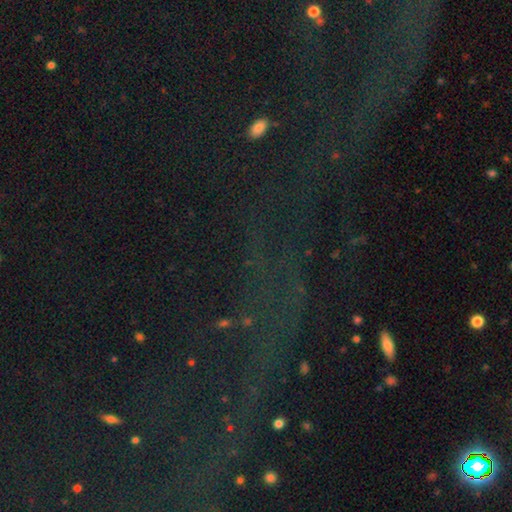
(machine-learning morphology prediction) type=star or artifact (75%).